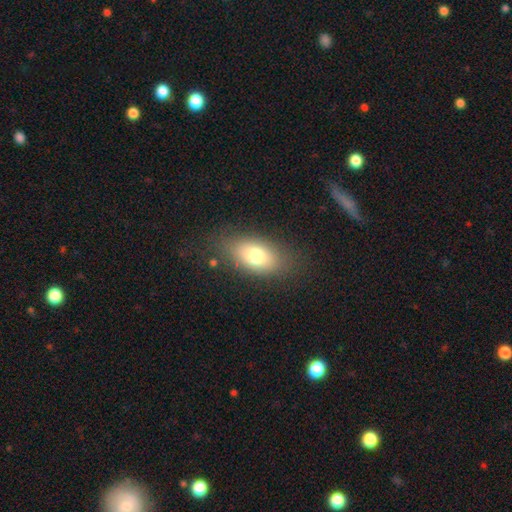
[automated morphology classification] Smooth or featured? Predicted: smooth (p=0.74). How rounded? Predicted: in between (p=0.85). Merging? Predicted: none (p=0.78).